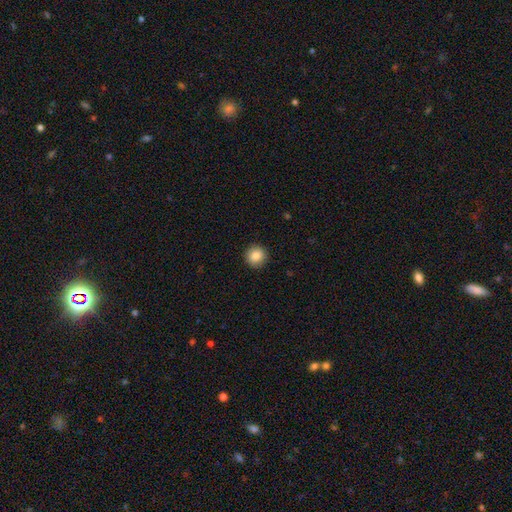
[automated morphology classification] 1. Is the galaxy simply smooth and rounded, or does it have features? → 85% smooth, 9% star or artifact, 6% featured or disk.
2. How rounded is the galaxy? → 94% round, 5% in between, 1% cigar-shaped.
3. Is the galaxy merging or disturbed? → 92% none, 6% minor disturbance, 2% major disturbance, 1% merger.